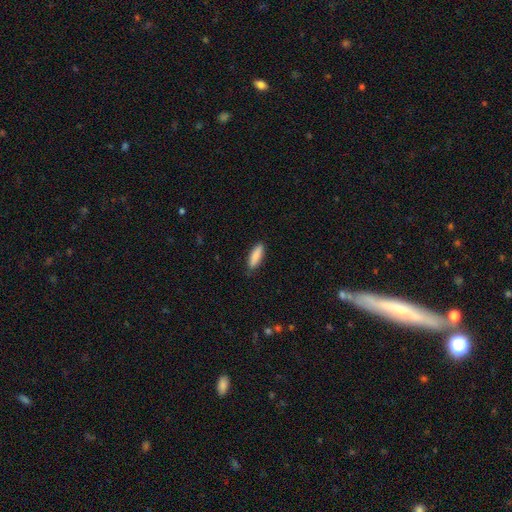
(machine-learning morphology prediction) Smooth or featured?
  - smooth: 88% *
  - featured or disk: 6%
  - star or artifact: 6%
How rounded?
  - in between: 49% * (tied)
  - cigar-shaped: 49% * (tied)
  - round: 2%
Merging?
  - none: 85% *
  - minor disturbance: 12%
  - major disturbance: 2%
  - merger: 1%